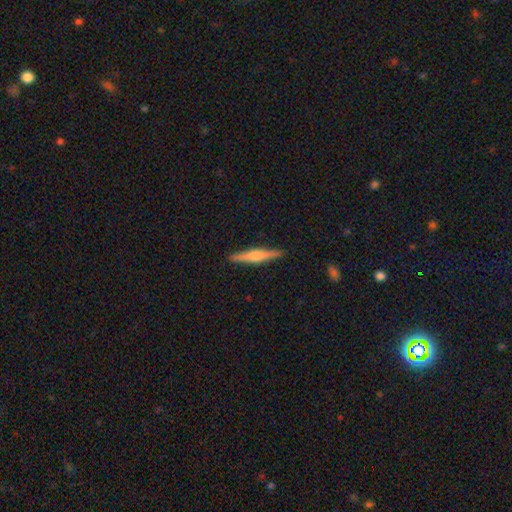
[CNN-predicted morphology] This is possibly a featured or disk galaxy (55%). It is clearly viewed edge-on (98%). Edge-on bulge: likely rounded (66%). Merging: clearly none (91%).